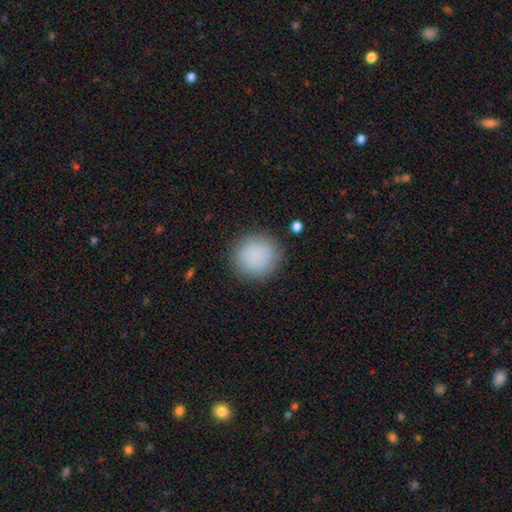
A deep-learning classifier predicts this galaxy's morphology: smooth-or-featured: smooth: 87% | star or artifact: 8% | featured or disk: 5%
  how-rounded: round: 91% | in between: 8% | cigar-shaped: 1%
  merging: none: 88% | minor disturbance: 8% | major disturbance: 3% | merger: 1%